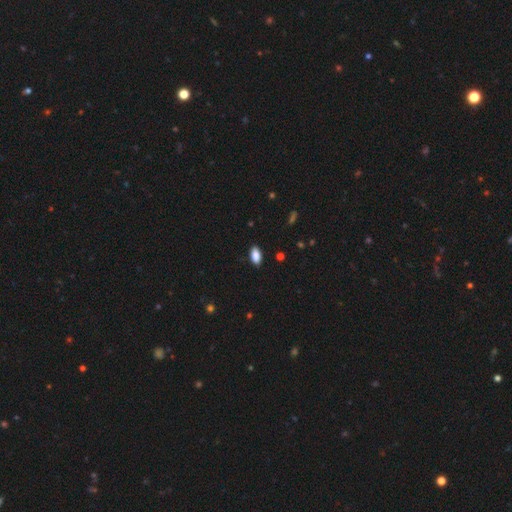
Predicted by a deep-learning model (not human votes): A smooth galaxy with no disk features (87%) that is in between round and cigar-shaped (92%). Merging: none (88%).